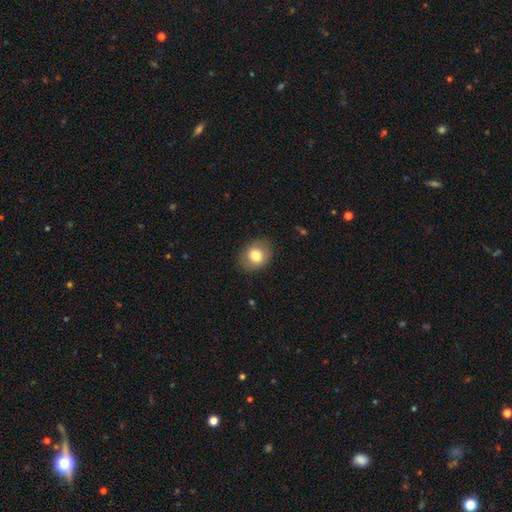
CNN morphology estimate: Q: Smooth or featured?
A: smooth (78%); runner-up: featured or disk (14%)
Q: How rounded?
A: round (53%); runner-up: in between (46%)
Q: Merging?
A: none (85%); runner-up: minor disturbance (11%)